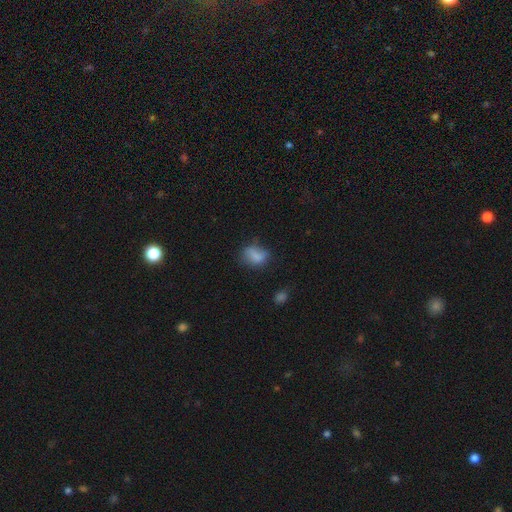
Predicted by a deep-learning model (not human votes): Smooth or featured: smooth — 78% (featured or disk — 12%)
How rounded: in between — 72% (round — 26%)
Merging: none — 51% (minor disturbance — 31%)